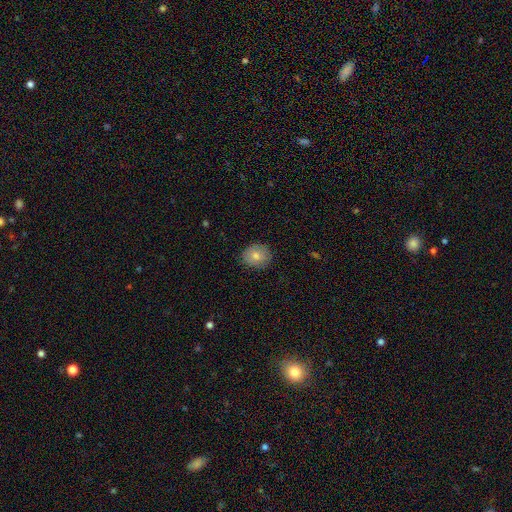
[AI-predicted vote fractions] smooth-or-featured: smooth: 71% | featured or disk: 19% | star or artifact: 10%
  how-rounded: round: 74% | in between: 25% | cigar-shaped: 1%
  merging: none: 88% | minor disturbance: 9% | major disturbance: 2% | merger: 1%